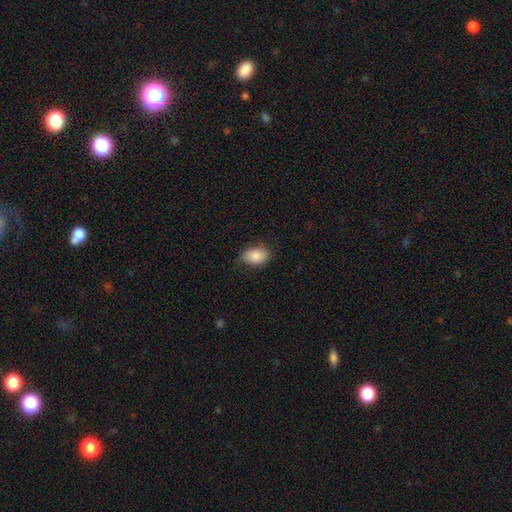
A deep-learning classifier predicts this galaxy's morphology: type=smooth (85%); roundness=in between (84%); merging=none (76%).